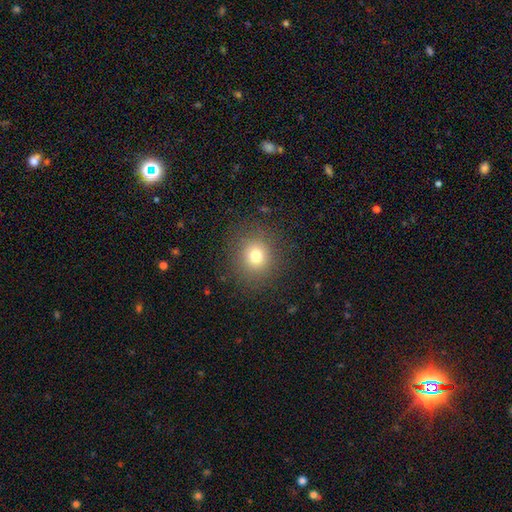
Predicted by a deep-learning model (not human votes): This appears to be a smooth galaxy with no disk features (74%) that is round (88%). Merging: none (87%).